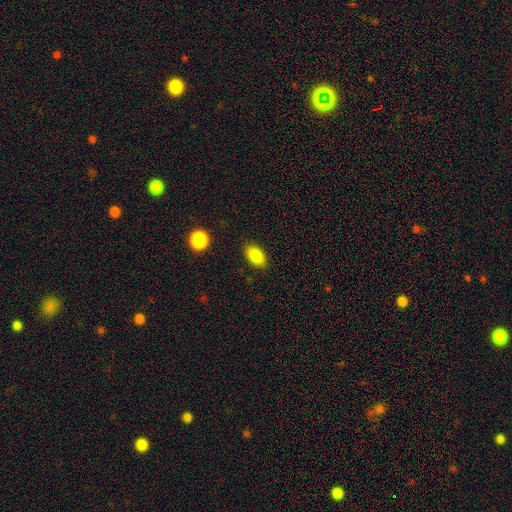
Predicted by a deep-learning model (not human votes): Overall: smooth (86%). How rounded: in between (90%). Merging: none (86%).